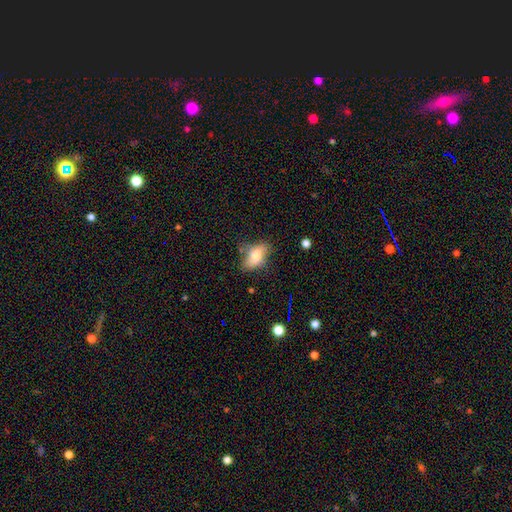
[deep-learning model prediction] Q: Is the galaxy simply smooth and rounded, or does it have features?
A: smooth — 69%.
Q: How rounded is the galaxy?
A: in between — 87%.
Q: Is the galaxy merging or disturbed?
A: none — 66%.